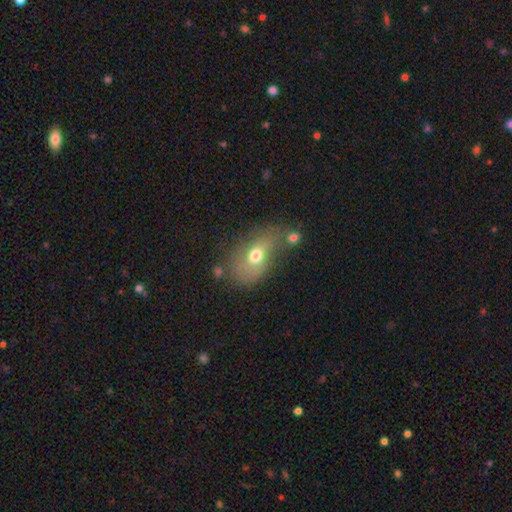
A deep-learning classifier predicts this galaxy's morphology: A smooth galaxy with no disk features (60%) that is in between round and cigar-shaped (79%).

Vote fractions:
- Smooth or featured? smooth: 60% / featured or disk: 29% / star or artifact: 11%
- How rounded? in between: 79% / round: 17% / cigar-shaped: 4%
- Merging? none: 48% / minor disturbance: 23% / major disturbance: 15% / merger: 14%